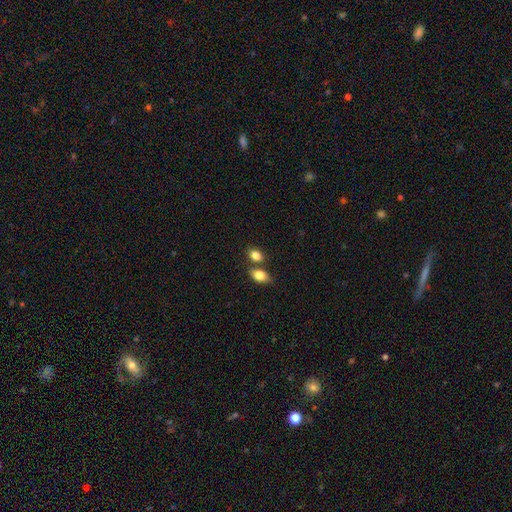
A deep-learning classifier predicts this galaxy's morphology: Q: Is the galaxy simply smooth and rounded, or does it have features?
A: smooth — 84%.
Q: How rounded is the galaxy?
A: in between — 77%.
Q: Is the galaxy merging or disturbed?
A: none — 51%.